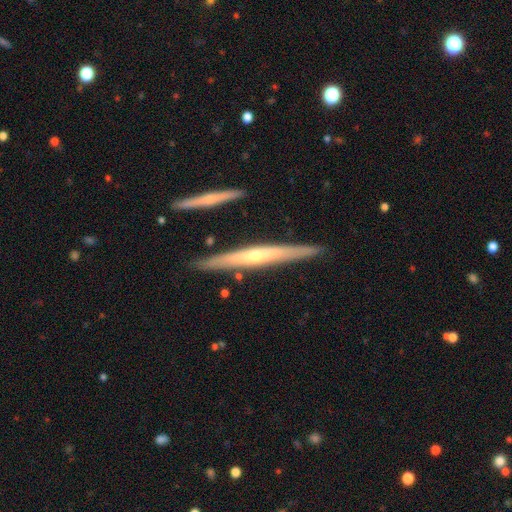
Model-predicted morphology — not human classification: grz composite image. It shows a featured or disk galaxy (69%) viewed edge-on (95%) with a rounded central bulge (68%). Merging: none (87%).